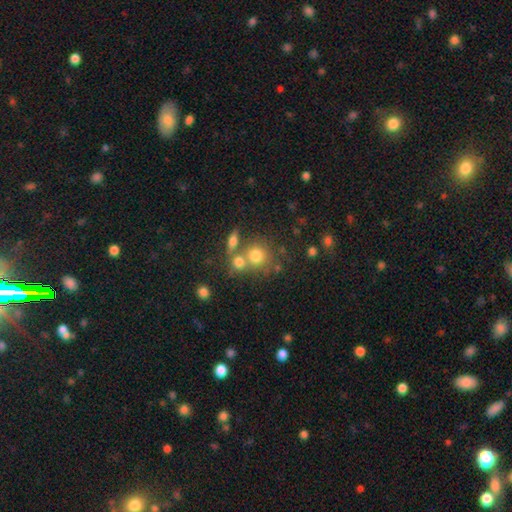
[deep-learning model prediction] This appears to be a smooth galaxy with no disk features (73%) that is round (83%). Merging: none (51%).